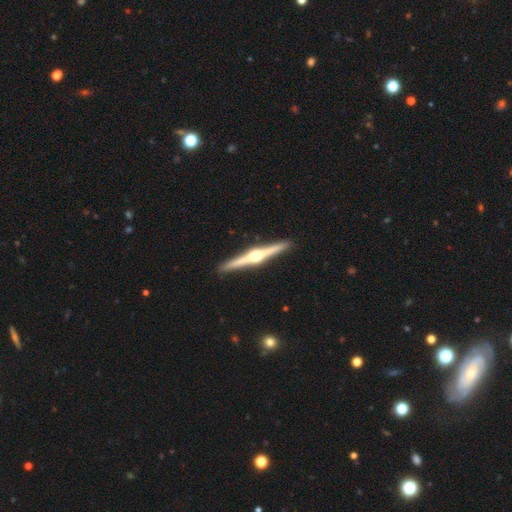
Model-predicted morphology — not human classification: The model was most divided on "smooth or featured": featured or disk: 86%, smooth: 10%, star or artifact: 4%. More confident: edge-on disk — yes (99%); edge-on bulge — rounded (96%); merging — none (93%).